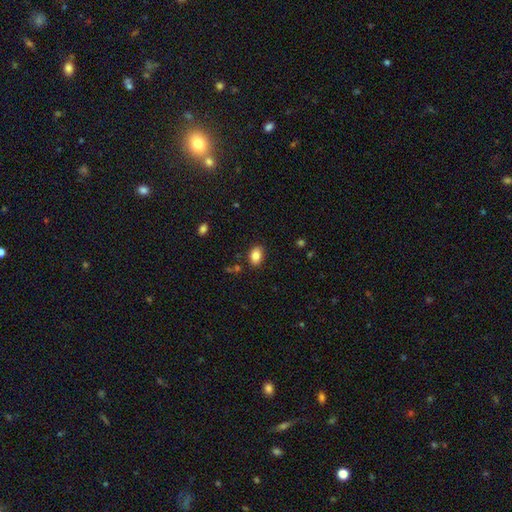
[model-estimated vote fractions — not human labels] smooth_or_featured: smooth (p=0.85) [alt: star or artifact p=0.09]
how_rounded: in between (p=0.83) [alt: round p=0.16]
merging: none (p=0.85) [alt: minor disturbance p=0.10]